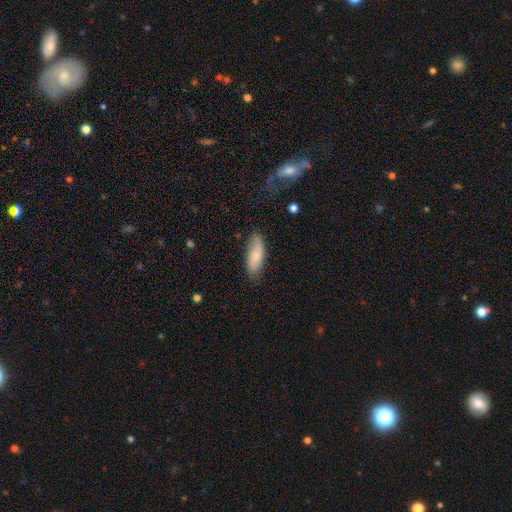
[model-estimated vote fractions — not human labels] This is likely a smooth galaxy (75%). How rounded: likely in between (73%). Merging: likely none (71%).